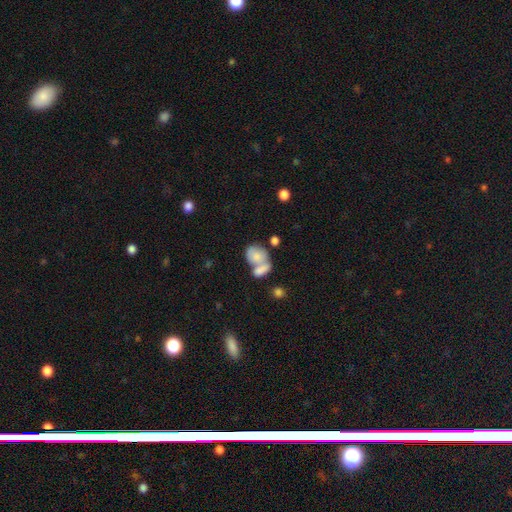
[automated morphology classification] Smooth or featured? smooth (74%)
How rounded? in between (60%)
Merging? merger (59%)